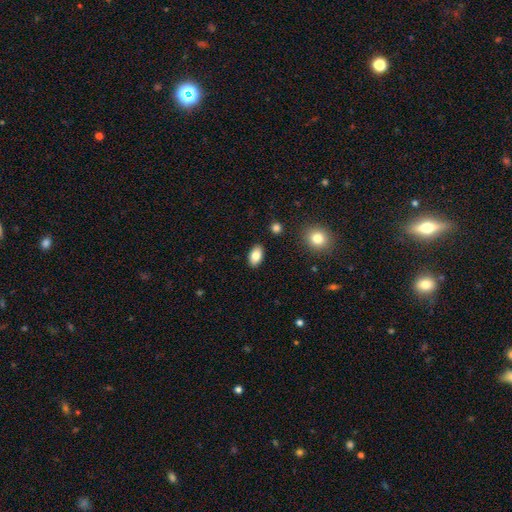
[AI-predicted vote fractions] smooth-or-featured: smooth: 83% | featured or disk: 9% | star or artifact: 8%
  how-rounded: in between: 92% | round: 6% | cigar-shaped: 2%
  merging: none: 88% | minor disturbance: 8% | major disturbance: 2% | merger: 2%